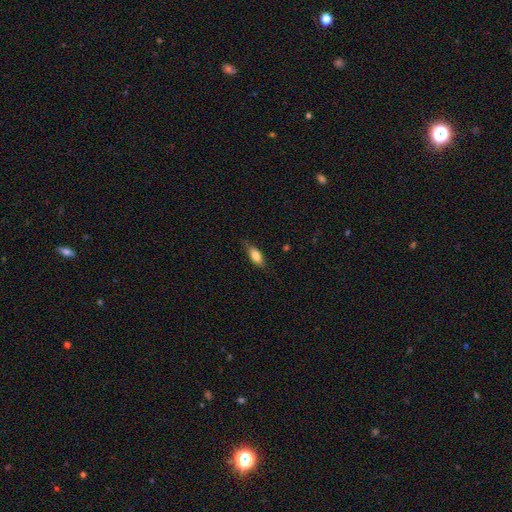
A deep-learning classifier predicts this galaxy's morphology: Smooth or featured?
  - smooth: 78% *
  - featured or disk: 15%
  - star or artifact: 7%
How rounded?
  - in between: 78% *
  - cigar-shaped: 18%
  - round: 3%
Merging?
  - none: 76% *
  - minor disturbance: 20%
  - major disturbance: 4%
  - merger: 1%